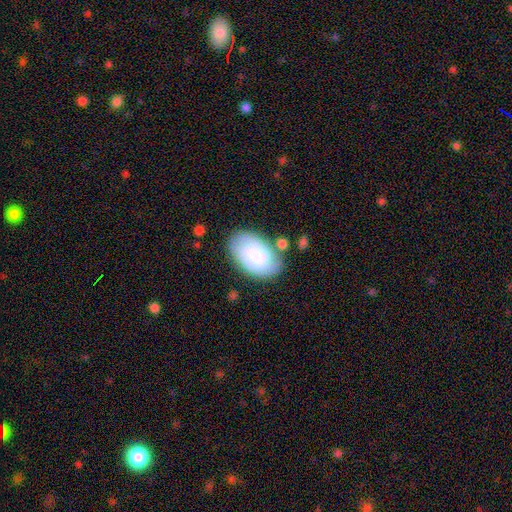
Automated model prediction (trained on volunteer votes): Smooth or featured? Predicted: smooth (p=0.60). How rounded? Predicted: in between (p=0.91). Merging? Predicted: none (p=0.60).